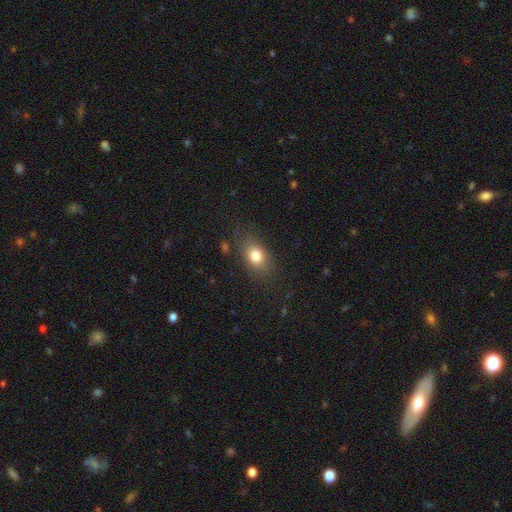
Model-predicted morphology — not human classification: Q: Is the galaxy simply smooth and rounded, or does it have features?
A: smooth — 79%.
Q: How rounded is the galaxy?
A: in between — 74%.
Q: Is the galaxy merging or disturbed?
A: none — 79%.